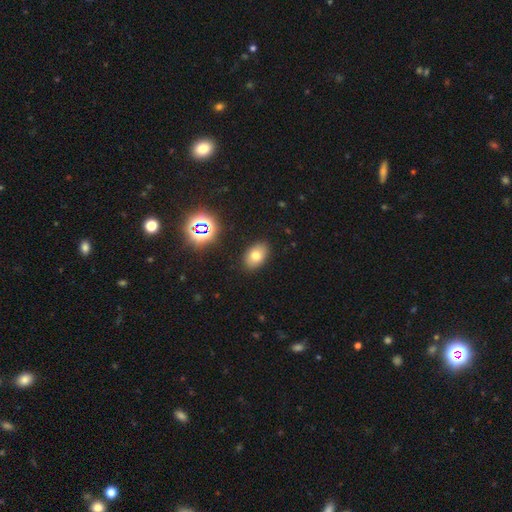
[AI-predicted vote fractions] Smooth or featured?
  - smooth: 73% *
  - star or artifact: 14%
  - featured or disk: 13%
How rounded?
  - in between: 84% *
  - round: 15%
  - cigar-shaped: 1%
Merging?
  - none: 87% *
  - minor disturbance: 9%
  - major disturbance: 2%
  - merger: 1%